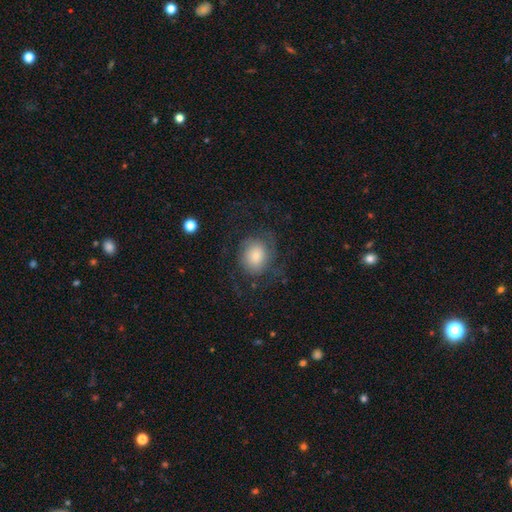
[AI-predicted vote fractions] Overall: smooth (57%; featured or disk 33%). How rounded: round (64%; in between 35%). Merging: none (57%; major disturbance 23%).